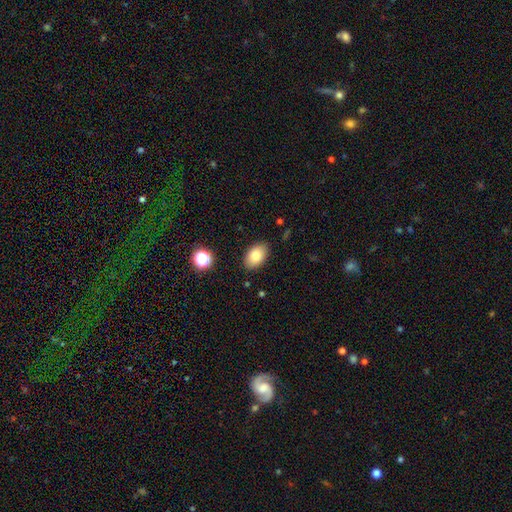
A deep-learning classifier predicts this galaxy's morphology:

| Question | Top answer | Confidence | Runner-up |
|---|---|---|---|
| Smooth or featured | smooth | 82% | featured or disk (10%) |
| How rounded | in between | 90% | round (9%) |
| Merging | none | 86% | minor disturbance (10%) |